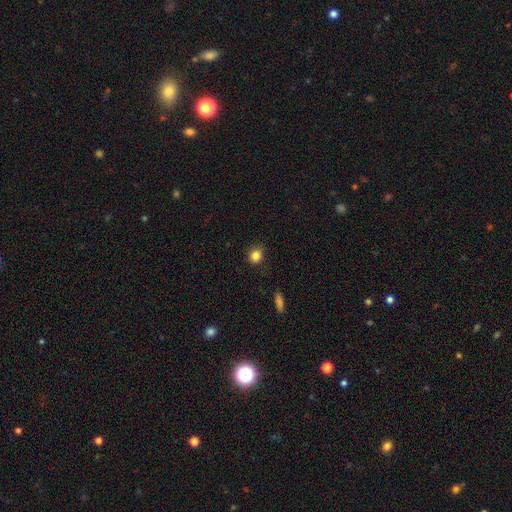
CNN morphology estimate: type=smooth (84%); roundness=round (75%); merging=none (85%).